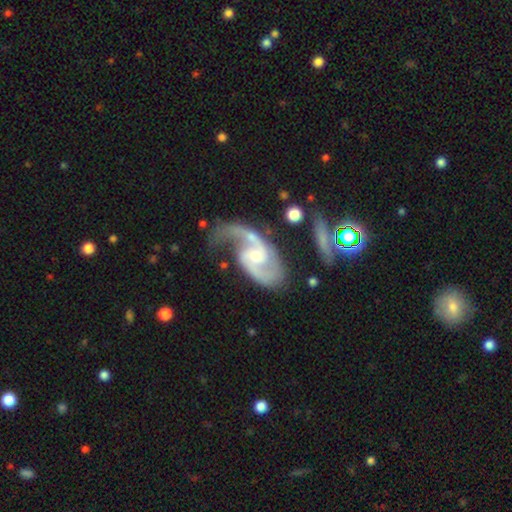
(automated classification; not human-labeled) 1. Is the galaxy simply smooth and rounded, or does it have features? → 91% featured or disk, 4% star or artifact, 4% smooth.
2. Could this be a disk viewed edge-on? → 97% no, 3% yes.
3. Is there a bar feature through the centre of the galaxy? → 45% weak, 43% no, 12% strong.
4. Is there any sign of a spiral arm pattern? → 98% yes, 2% no.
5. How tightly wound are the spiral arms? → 53% medium, 34% loose, 13% tight.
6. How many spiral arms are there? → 89% 2, 4% 1, 3% can't tell, 2% 3, 1% 4, 1% more than 4.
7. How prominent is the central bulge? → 52% small, 42% moderate, 3% none, 2% large, 1% dominant.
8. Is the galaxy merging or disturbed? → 52% none, 23% minor disturbance, 18% major disturbance, 7% merger.